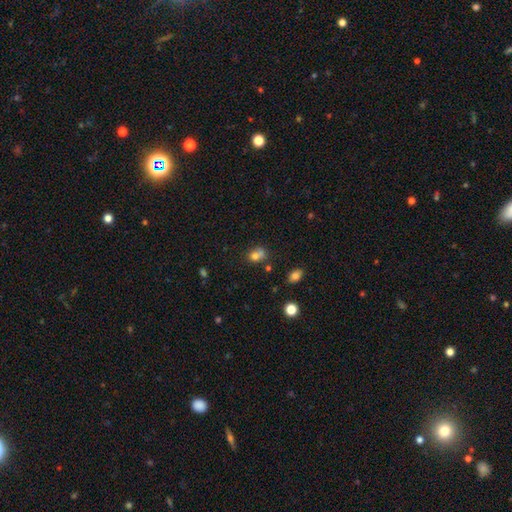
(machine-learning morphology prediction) Overall: smooth (72%). How rounded: round (62%; in between 37%). Merging: merger (46%; none 36%).